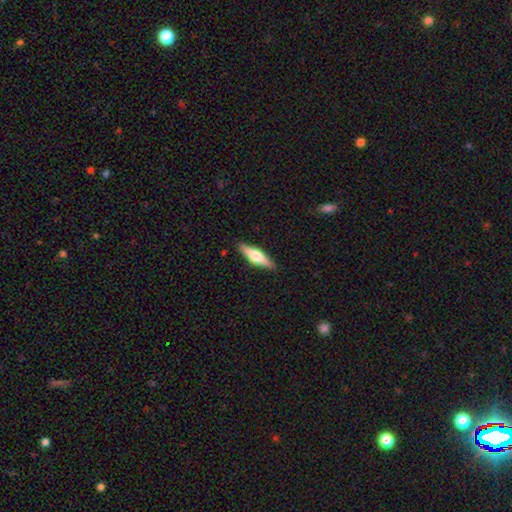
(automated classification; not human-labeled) This is possibly a featured or disk galaxy (52%). It is clearly viewed edge-on (95%). Merging: clearly none (89%).